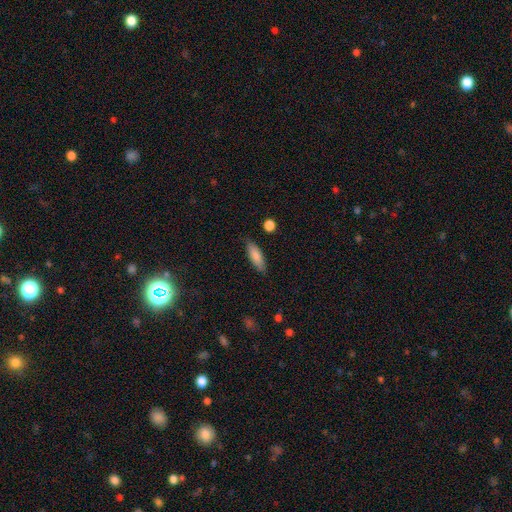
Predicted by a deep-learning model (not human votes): smooth 83%, featured or disk 10%, star or artifact 6%. Down the decision tree: how rounded — in between (54%); merging — none (84%).